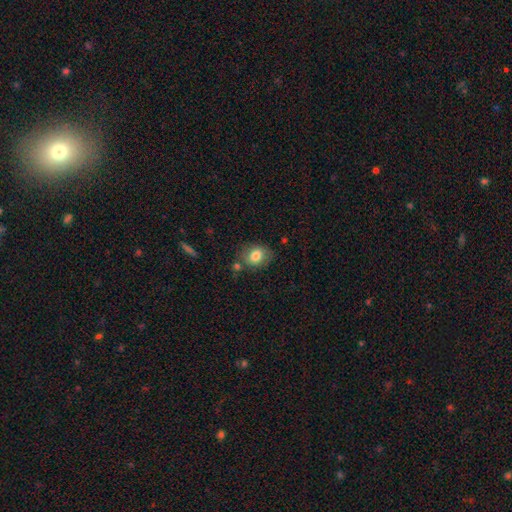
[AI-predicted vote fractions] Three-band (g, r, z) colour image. It shows a smooth galaxy with no disk features (80%) that is in between round and cigar-shaped (52%). Merging: none (68%).